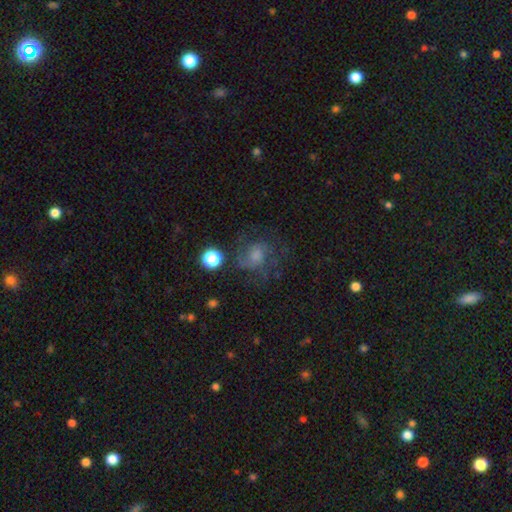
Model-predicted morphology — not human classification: Smooth or featured?
  - featured or disk: 44% *
  - smooth: 40%
  - star or artifact: 16%
Merging?
  - none: 50% *
  - major disturbance: 26%
  - minor disturbance: 21%
  - merger: 3%